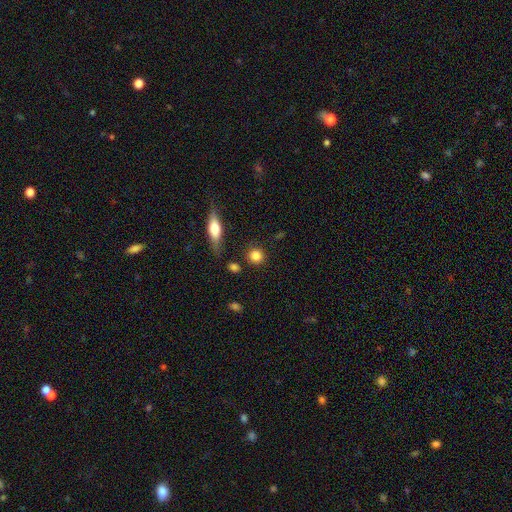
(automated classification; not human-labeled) smooth_or_featured: smooth (p=0.84) [alt: star or artifact p=0.09]
how_rounded: round (p=0.87) [alt: in between p=0.11]
merging: none (p=0.84) [alt: minor disturbance p=0.09]